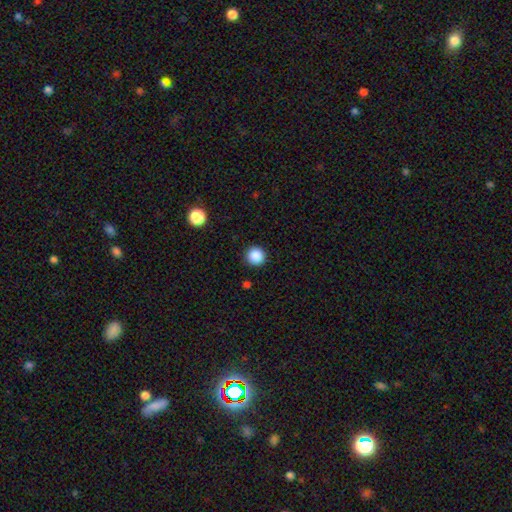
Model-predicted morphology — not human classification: This is clearly a smooth galaxy (87%). How rounded: clearly round (96%). Merging: clearly none (92%).